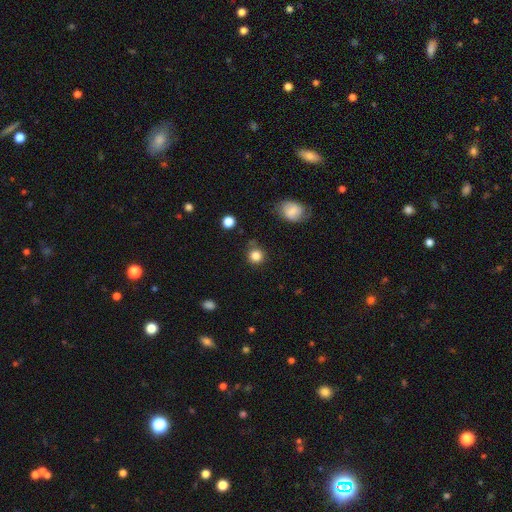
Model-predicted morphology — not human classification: smooth 84%, star or artifact 11%, featured or disk 5%. Down the decision tree: how rounded — round (91%); merging — none (78%).